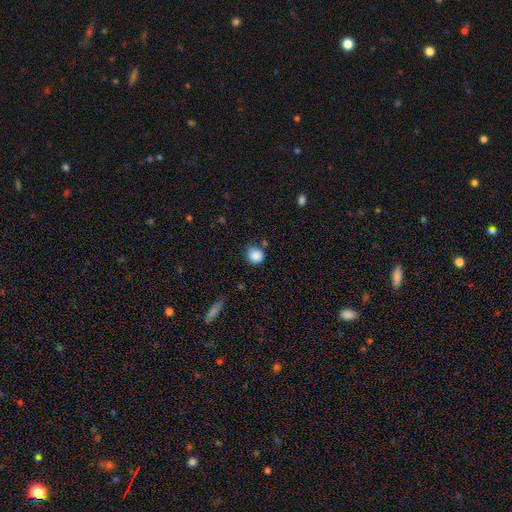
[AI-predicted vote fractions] The model was most divided on "merging": none: 71%, minor disturbance: 20%, merger: 5%, major disturbance: 5%. More confident: smooth or featured — smooth (87%); how rounded — round (87%).